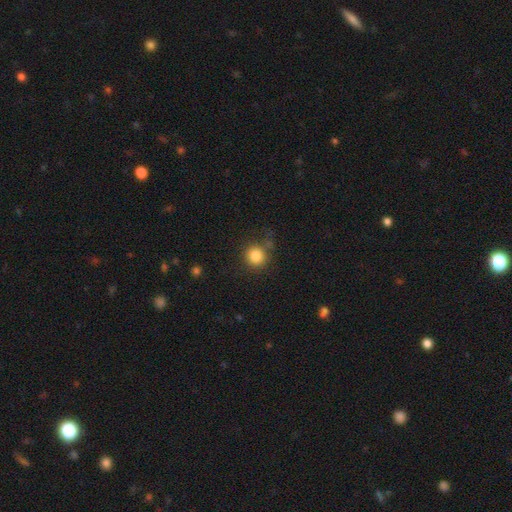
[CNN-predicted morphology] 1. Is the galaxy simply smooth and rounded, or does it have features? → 84% smooth, 11% star or artifact, 5% featured or disk.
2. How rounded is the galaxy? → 91% round, 8% in between, 1% cigar-shaped.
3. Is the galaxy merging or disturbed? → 77% none, 13% minor disturbance, 5% merger, 5% major disturbance.